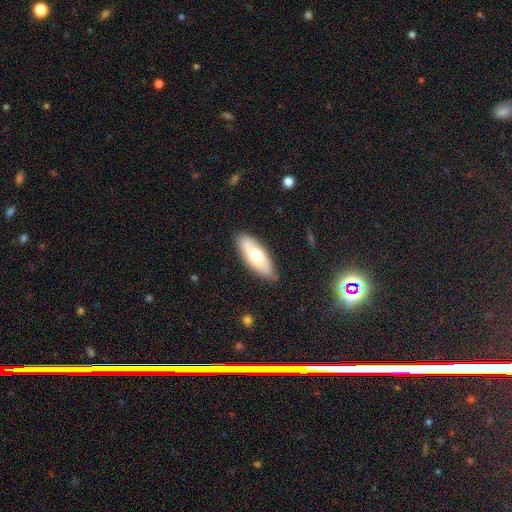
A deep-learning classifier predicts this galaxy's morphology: smooth_or_featured: smooth (p=0.59) [alt: featured or disk p=0.36]
how_rounded: in between (p=0.74) [alt: cigar-shaped p=0.24]
merging: none (p=0.84) [alt: minor disturbance p=0.12]